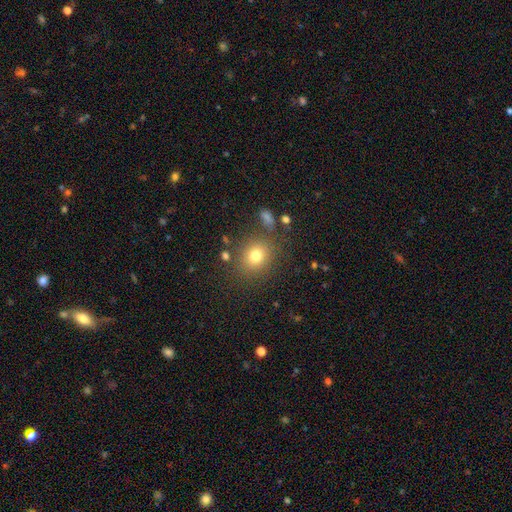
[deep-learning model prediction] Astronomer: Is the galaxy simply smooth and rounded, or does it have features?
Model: smooth — 77%.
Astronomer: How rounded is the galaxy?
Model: round — 72%.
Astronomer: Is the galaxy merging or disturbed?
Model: none — 81%.